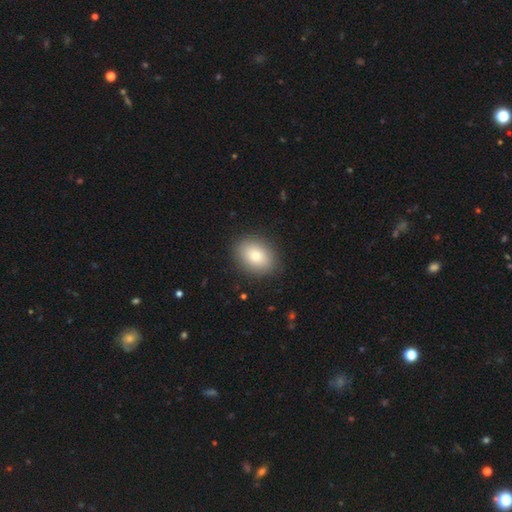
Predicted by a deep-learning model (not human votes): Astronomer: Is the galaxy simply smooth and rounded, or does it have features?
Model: smooth — 79%.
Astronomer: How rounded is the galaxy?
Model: in between — 68%.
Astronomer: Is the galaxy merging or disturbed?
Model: none — 87%.